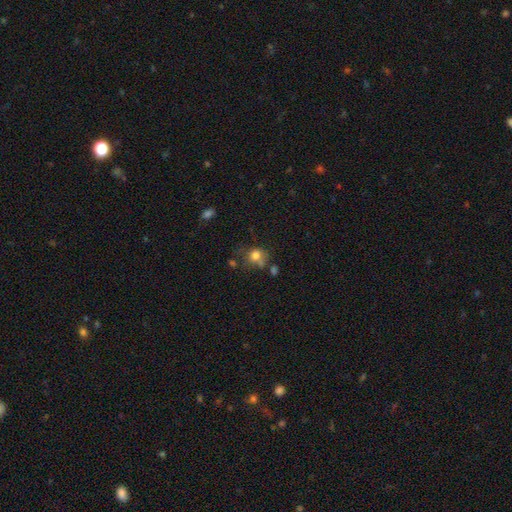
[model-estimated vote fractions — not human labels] Smooth or featured? Predicted: smooth (p=0.75). How rounded? Predicted: round (p=0.68). Merging? Predicted: none (p=0.45).